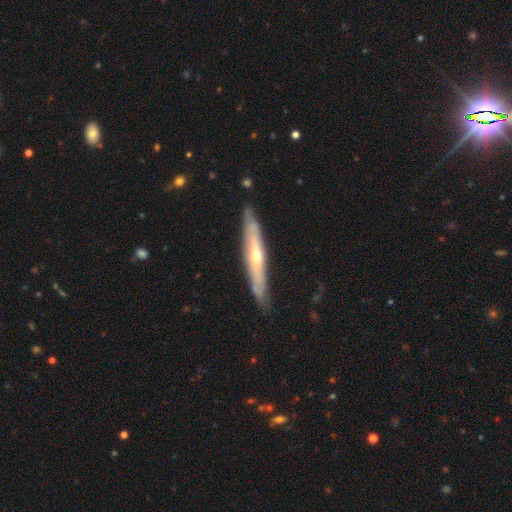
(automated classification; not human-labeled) smooth_or_featured: featured or disk (p=0.66) [alt: smooth p=0.28]
disk_edge_on: yes (p=0.82) [alt: no p=0.18]
edge_on_bulge: rounded (p=0.72) [alt: none p=0.24]
merging: none (p=0.84) [alt: minor disturbance p=0.12]